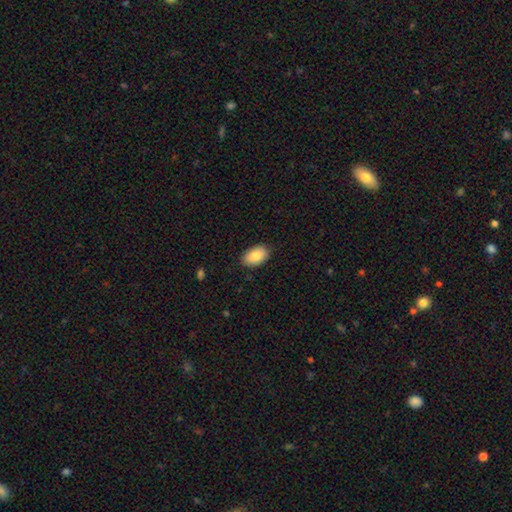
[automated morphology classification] type=smooth (86%); roundness=in between (92%); merging=none (86%).